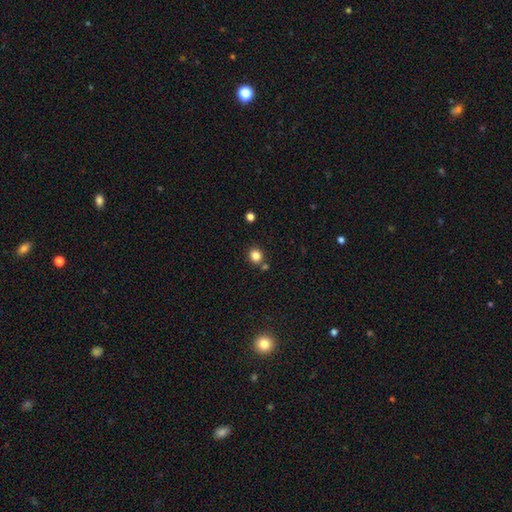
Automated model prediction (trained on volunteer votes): smooth-or-featured: smooth: 83% | star or artifact: 12% | featured or disk: 5%
  how-rounded: round: 82% | in between: 17% | cigar-shaped: 1%
  merging: none: 78% | merger: 10% | minor disturbance: 9% | major disturbance: 3%